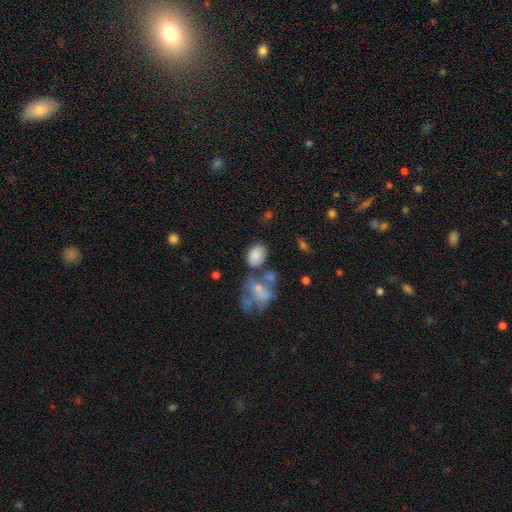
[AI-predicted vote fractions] Smooth or featured: smooth — 82% (featured or disk — 9%)
How rounded: in between — 79% (round — 20%)
Merging: none — 54% (merger — 22%)